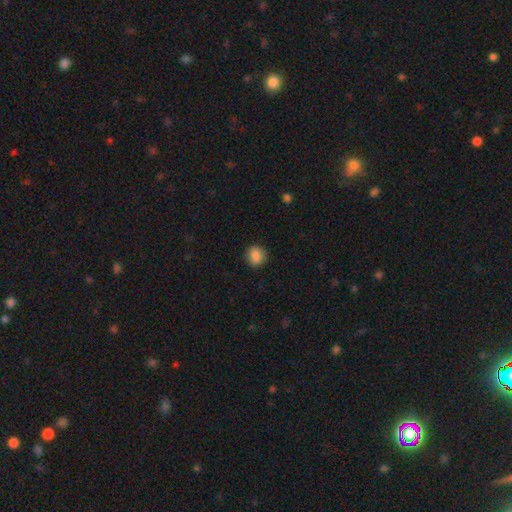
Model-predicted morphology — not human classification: Smooth or featured? Predicted: smooth (p=0.83). How rounded? Predicted: round (p=0.78). Merging? Predicted: none (p=0.87).